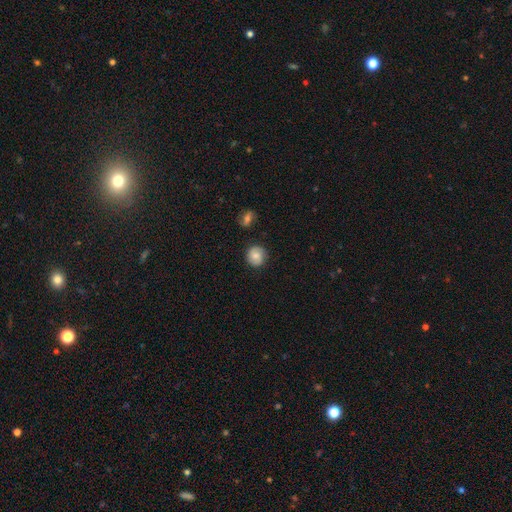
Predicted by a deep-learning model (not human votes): Smooth or featured? Predicted: smooth (p=0.62). How rounded? Predicted: round (p=0.88). Merging? Predicted: none (p=0.83).